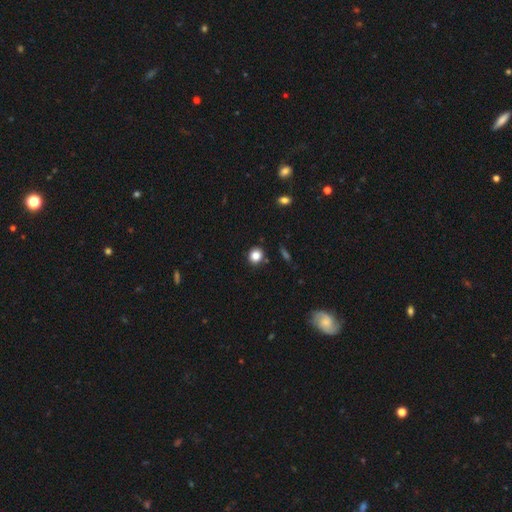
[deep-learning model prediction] This appears to be a smooth galaxy with no disk features (84%) that is round (80%). Merging: none (87%).